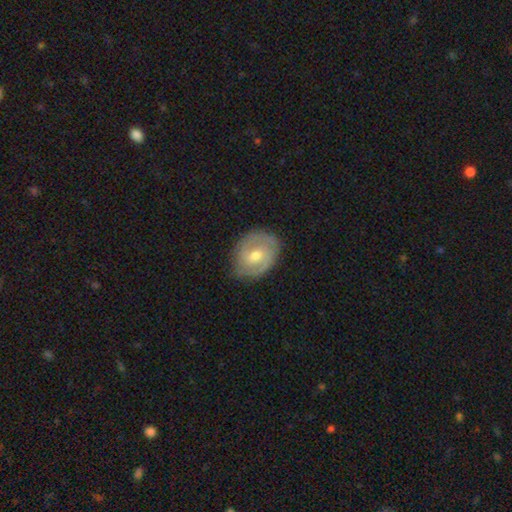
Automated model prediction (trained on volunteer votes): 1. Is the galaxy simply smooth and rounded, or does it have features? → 71% featured or disk, 24% smooth, 6% star or artifact.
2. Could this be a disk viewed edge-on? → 97% no, 3% yes.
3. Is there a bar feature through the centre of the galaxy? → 46% weak, 44% no, 10% strong.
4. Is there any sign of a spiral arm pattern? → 86% yes, 14% no.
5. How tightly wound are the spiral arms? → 48% tight, 40% medium, 12% loose.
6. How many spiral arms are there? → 69% 2, 17% can't tell, 6% 3, 4% 1, 2% 4, 2% more than 4.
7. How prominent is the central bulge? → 65% moderate, 31% small, 3% large, 1% none, 1% dominant.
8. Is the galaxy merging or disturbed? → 78% none, 16% minor disturbance, 4% major disturbance, 1% merger.